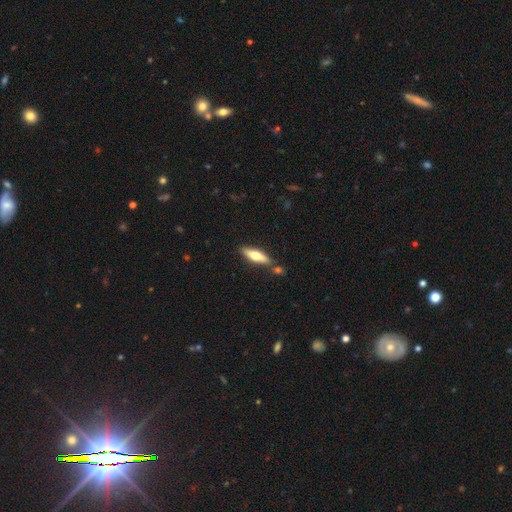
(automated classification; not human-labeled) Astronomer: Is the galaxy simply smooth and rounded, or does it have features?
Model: smooth — 54% (runner-up: featured or disk, 40%).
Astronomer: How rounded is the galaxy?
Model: cigar-shaped — 57% (runner-up: in between, 41%).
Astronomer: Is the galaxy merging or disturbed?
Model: none — 75%.